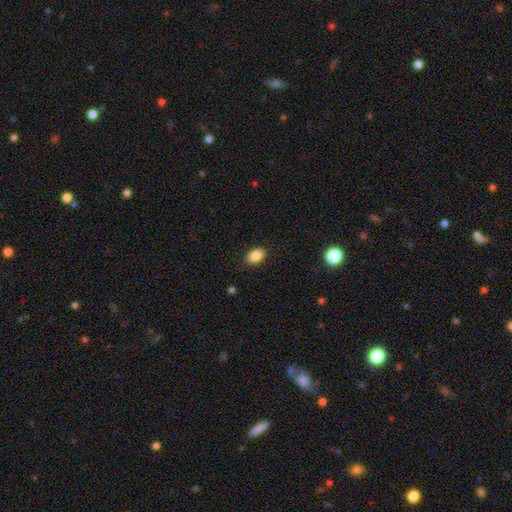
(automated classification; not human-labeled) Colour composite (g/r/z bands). It shows a smooth galaxy with no disk features (85%) that is in between round and cigar-shaped (87%). Merging: none (88%).